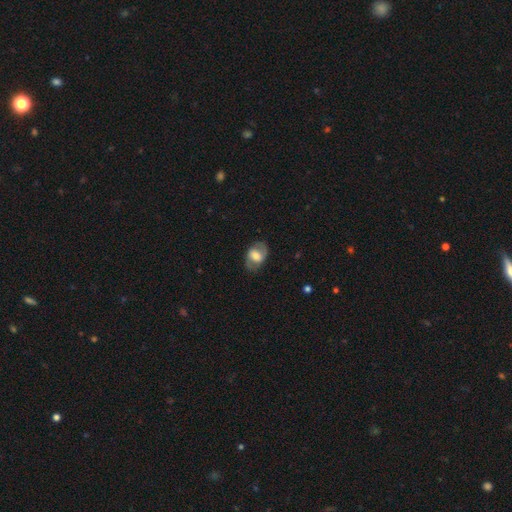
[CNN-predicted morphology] smooth-or-featured: featured or disk: 54% | smooth: 39% | star or artifact: 7%
  disk-edge-on: no: 95% | yes: 5%
    bar: weak: 44% | no: 34% | strong: 22%
    has-spiral-arms: yes: 72% | no: 28%
    bulge-size: moderate: 52% | large: 24% | small: 18% | none: 3% | dominant: 3%
  merging: none: 76% | minor disturbance: 16% | major disturbance: 8% | merger: 1%